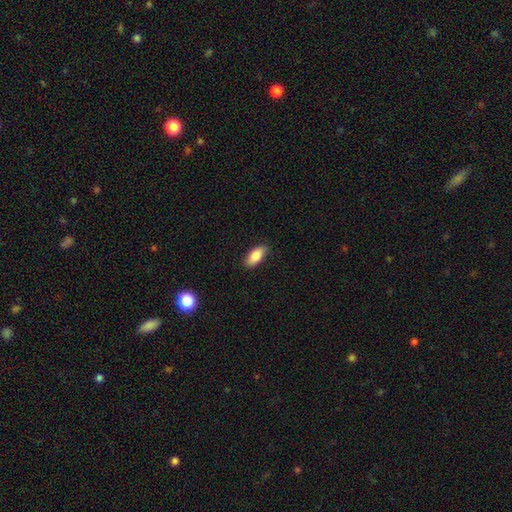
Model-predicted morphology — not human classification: type=smooth (83%); roundness=in between (85%); merging=none (87%).